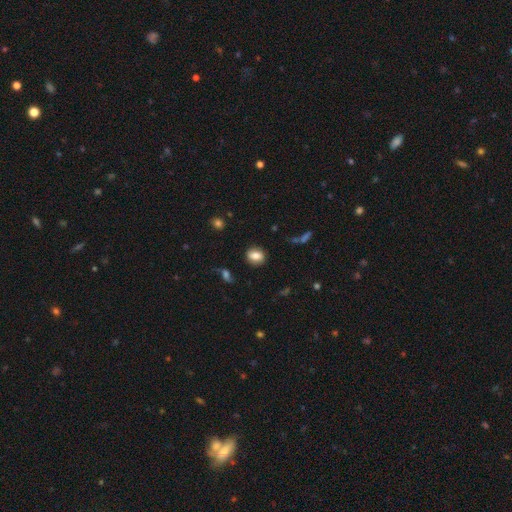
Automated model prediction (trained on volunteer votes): Smooth or featured?
  - smooth: 80% *
  - featured or disk: 11%
  - star or artifact: 9%
How rounded?
  - round: 50% *
  - in between: 49%
  - cigar-shaped: 2%
Merging?
  - none: 86% *
  - minor disturbance: 9%
  - major disturbance: 3%
  - merger: 2%